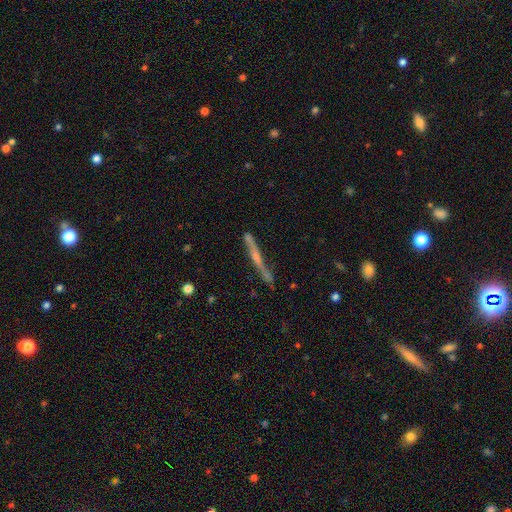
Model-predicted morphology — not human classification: A featured or disk galaxy (70%) viewed edge-on (94%) with a rounded central bulge (51%). Merging: none (74%).